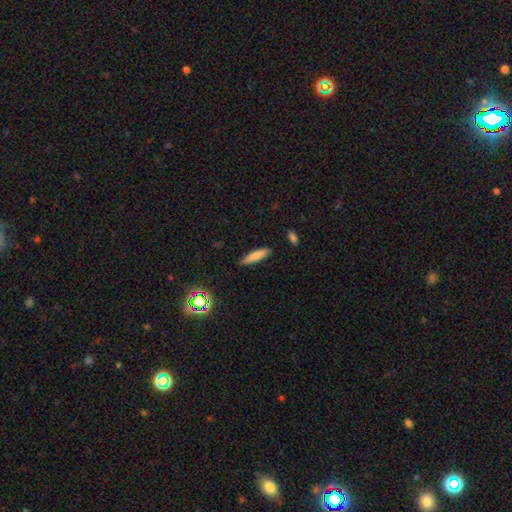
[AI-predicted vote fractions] Smooth or featured? Predicted: smooth (p=0.79). How rounded? Predicted: cigar-shaped (p=0.79). Merging? Predicted: none (p=0.87).